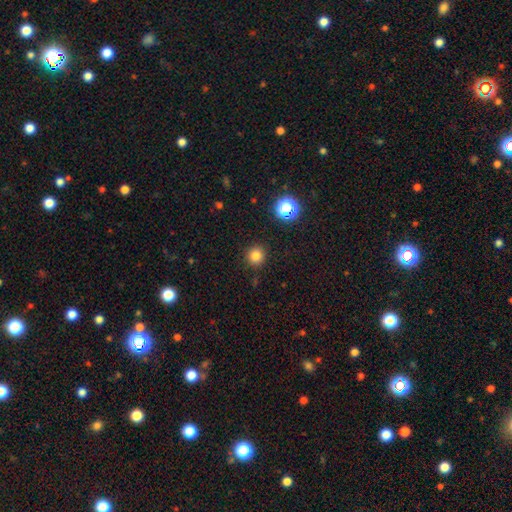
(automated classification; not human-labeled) smooth_or_featured: smooth (p=0.81) [alt: star or artifact p=0.14]
how_rounded: round (p=0.93) [alt: in between p=0.06]
merging: none (p=0.91) [alt: minor disturbance p=0.06]